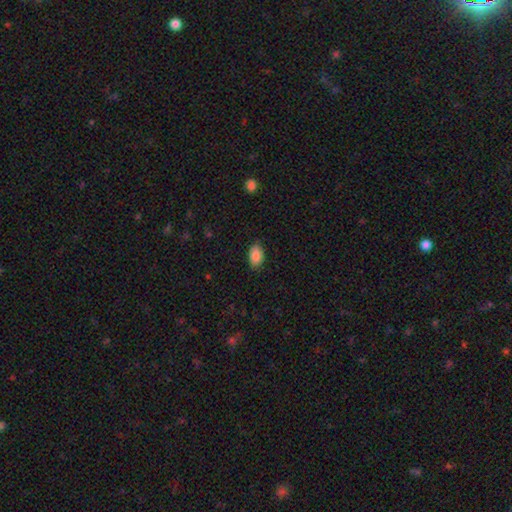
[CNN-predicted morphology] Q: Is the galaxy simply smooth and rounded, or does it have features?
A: smooth — 87%.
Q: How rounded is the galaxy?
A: in between — 92%.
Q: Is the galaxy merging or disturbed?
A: none — 84%.